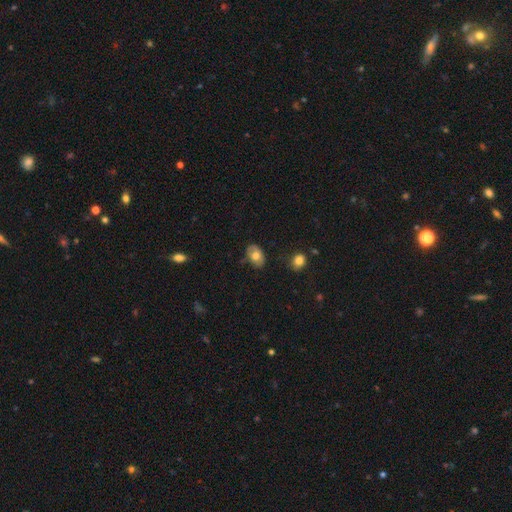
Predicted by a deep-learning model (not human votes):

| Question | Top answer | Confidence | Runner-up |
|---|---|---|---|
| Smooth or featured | smooth | 68% | featured or disk (24%) |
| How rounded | in between | 85% | round (14%) |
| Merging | none | 74% | minor disturbance (20%) |